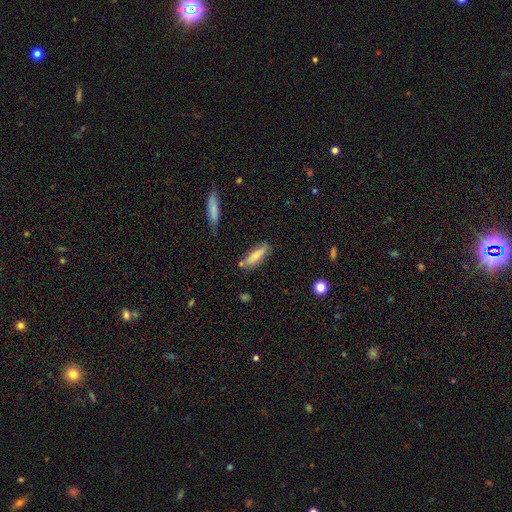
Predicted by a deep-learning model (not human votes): Overall: smooth (72%). How rounded: cigar-shaped (49%, tied with in between). Merging: none (69%).